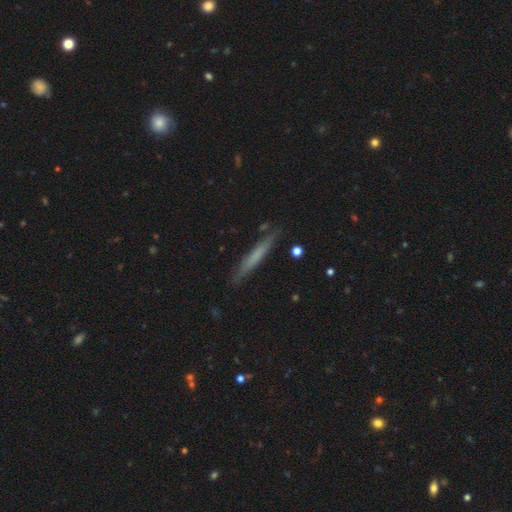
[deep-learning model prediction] The model was most divided on "smooth or featured": smooth: 56%, featured or disk: 37%, star or artifact: 7%. More confident: how rounded — cigar-shaped (95%); merging — none (85%).